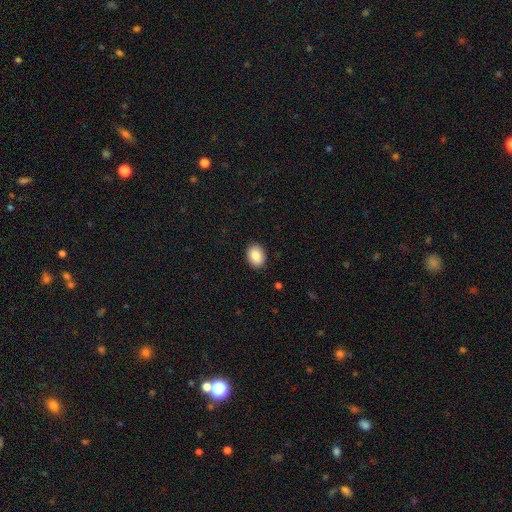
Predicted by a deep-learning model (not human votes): Smooth or featured? smooth (87%)
How rounded? in between (74%)
Merging? none (90%)